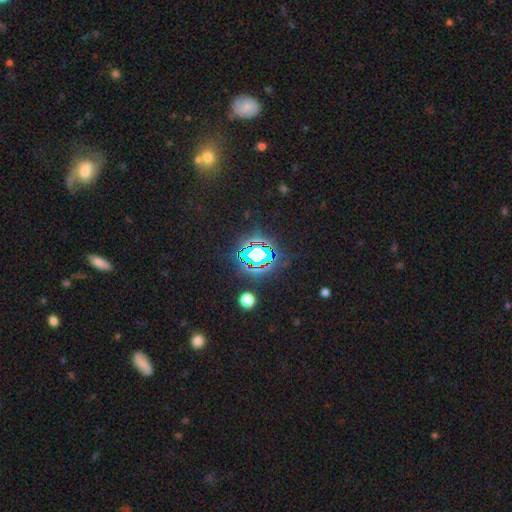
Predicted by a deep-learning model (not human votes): Morphology: type=star or artifact (72%).